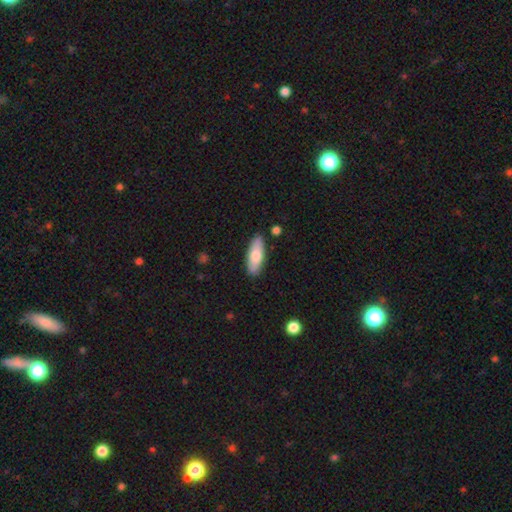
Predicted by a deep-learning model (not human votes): smooth_or_featured: smooth (p=0.74) [alt: featured or disk p=0.20]
how_rounded: in between (p=0.66) [alt: cigar-shaped p=0.32]
merging: none (p=0.86) [alt: minor disturbance p=0.10]